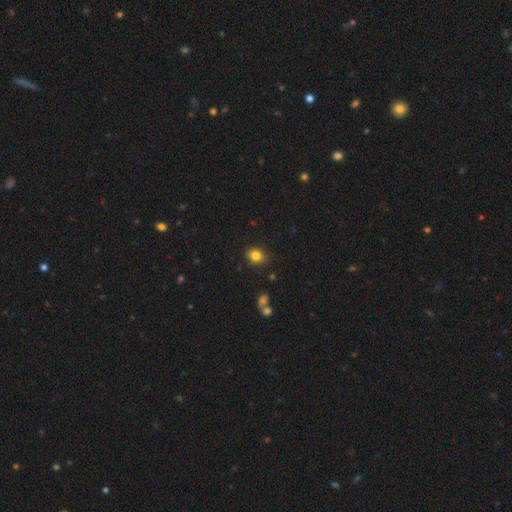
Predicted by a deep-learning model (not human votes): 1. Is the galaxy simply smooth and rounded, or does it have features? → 82% smooth, 11% star or artifact, 6% featured or disk.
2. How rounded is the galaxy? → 56% round, 43% in between, 1% cigar-shaped.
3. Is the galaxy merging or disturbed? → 86% none, 10% minor disturbance, 2% major disturbance, 2% merger.